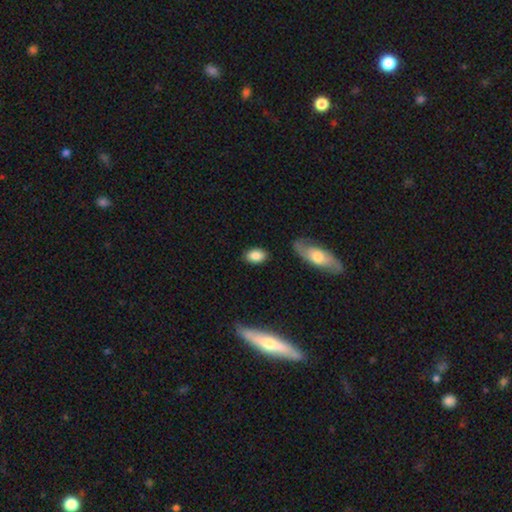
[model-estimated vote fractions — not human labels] Smooth or featured?
  - smooth: 84% *
  - featured or disk: 9%
  - star or artifact: 7%
How rounded?
  - in between: 87% *
  - round: 11%
  - cigar-shaped: 2%
Merging?
  - none: 83% *
  - minor disturbance: 11%
  - major disturbance: 3%
  - merger: 3%